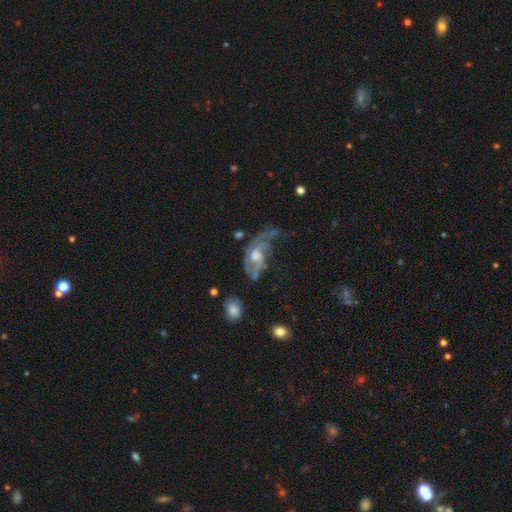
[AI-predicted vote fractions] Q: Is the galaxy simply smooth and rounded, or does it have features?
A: featured or disk — 79%.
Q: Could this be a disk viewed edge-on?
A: no — 95%.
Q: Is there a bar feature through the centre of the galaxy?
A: no — 65%.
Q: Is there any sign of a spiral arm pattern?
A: yes — 85%.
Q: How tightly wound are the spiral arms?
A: medium — 40%.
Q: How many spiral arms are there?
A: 2 — 46%.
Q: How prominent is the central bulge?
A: moderate — 60%.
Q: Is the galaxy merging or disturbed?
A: major disturbance — 40%.